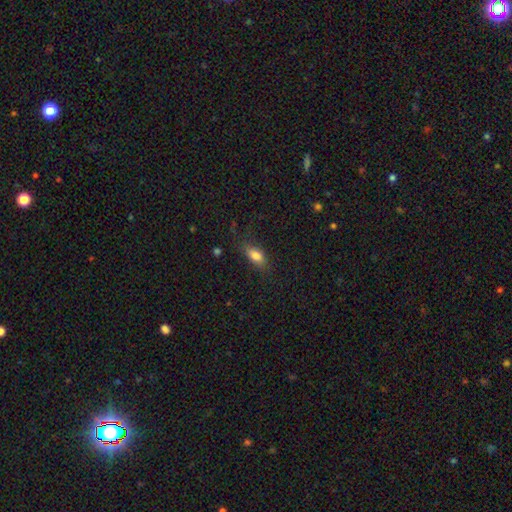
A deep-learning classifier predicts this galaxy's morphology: A smooth galaxy with no disk features (81%) that is in between round and cigar-shaped (82%). Merging: none (71%).